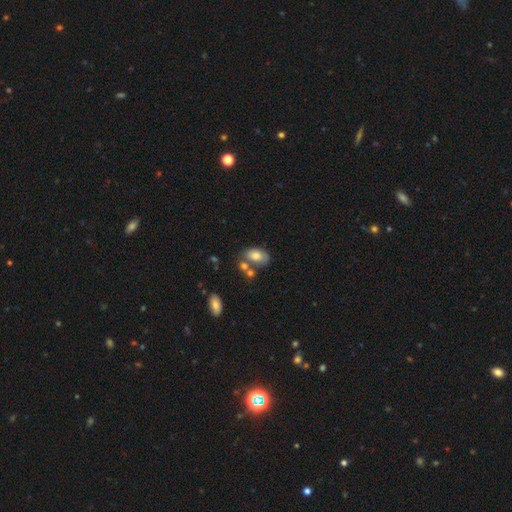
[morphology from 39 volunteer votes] Smooth or featured? 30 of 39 (77%) said smooth. How rounded? 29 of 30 (97%) said in between. Merging? 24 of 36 (67%) said none.